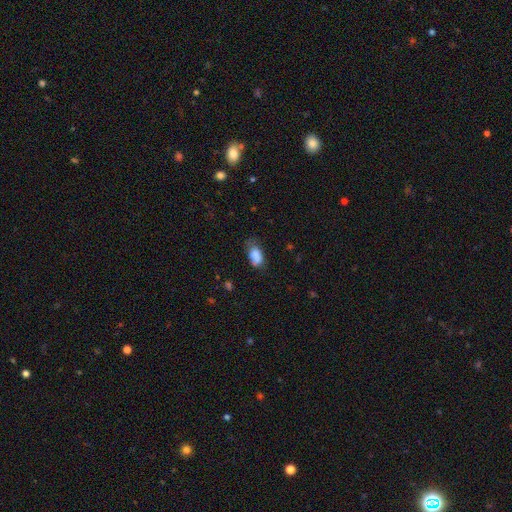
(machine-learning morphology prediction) This appears to be a smooth galaxy with no disk features (82%) that is in between round and cigar-shaped (90%). Merging: none (45%).